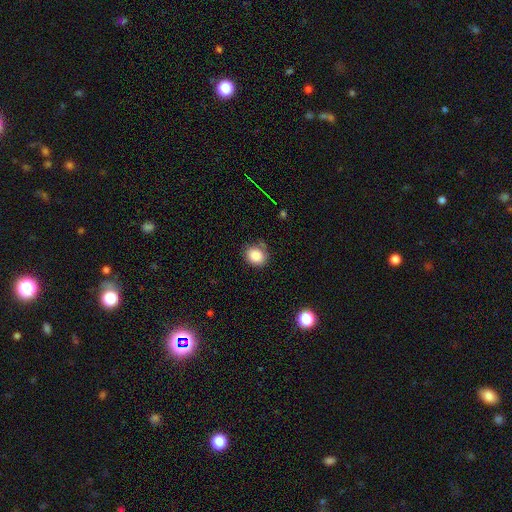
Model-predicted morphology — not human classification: smooth-or-featured: smooth: 85% | star or artifact: 10% | featured or disk: 5%
  how-rounded: round: 69% | in between: 31% | cigar-shaped: 1%
  merging: none: 74% | minor disturbance: 18% | major disturbance: 4% | merger: 4%